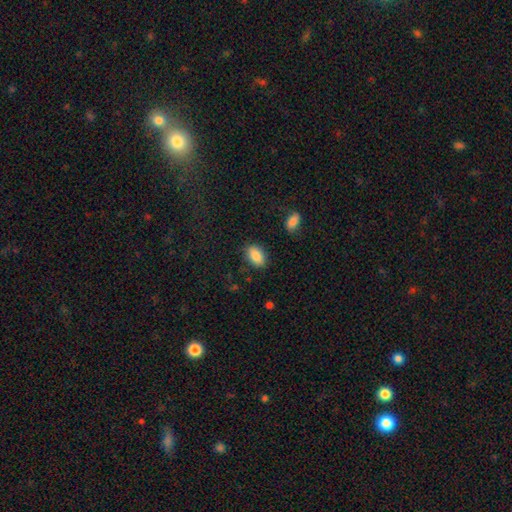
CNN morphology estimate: Q: Smooth or featured?
A: smooth (86%); runner-up: star or artifact (8%)
Q: How rounded?
A: in between (90%); runner-up: round (9%)
Q: Merging?
A: none (84%); runner-up: minor disturbance (11%)